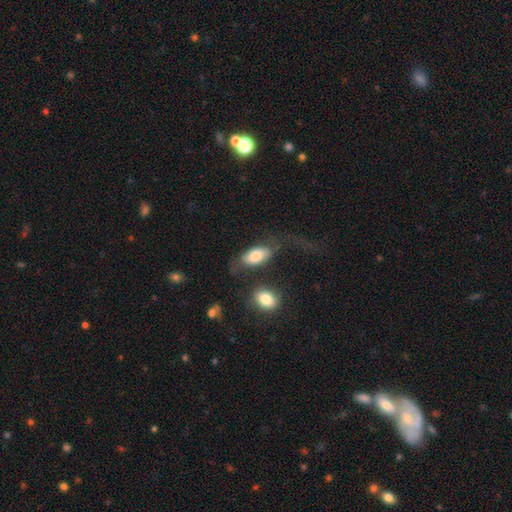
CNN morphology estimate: smooth 78%, featured or disk 16%, star or artifact 7%. Down the decision tree: how rounded — in between (92%); merging — none (48%).